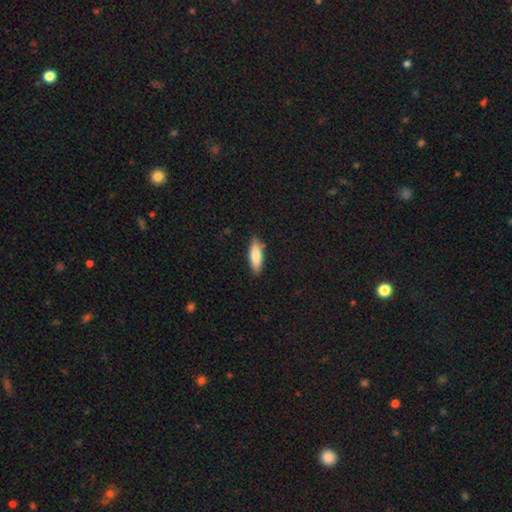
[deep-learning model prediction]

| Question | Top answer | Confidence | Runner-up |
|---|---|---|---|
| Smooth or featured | smooth | 81% | featured or disk (14%) |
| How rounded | cigar-shaped | 50% | in between (48%) |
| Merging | none | 85% | minor disturbance (11%) |